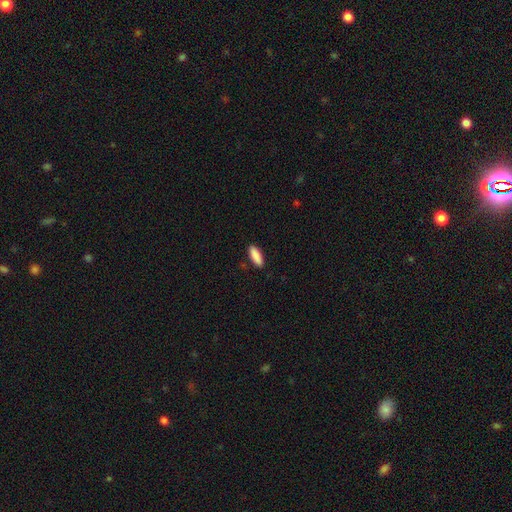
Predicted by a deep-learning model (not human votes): Smooth or featured? smooth (90%)
How rounded? in between (57%)
Merging? none (88%)